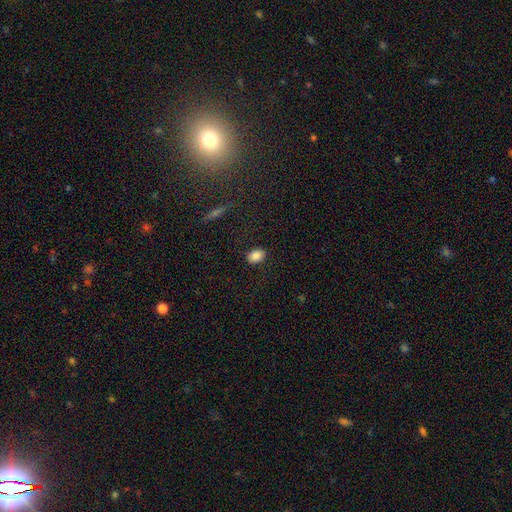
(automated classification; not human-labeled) A smooth galaxy with no disk features (86%) that is in between round and cigar-shaped (79%). Merging: none (87%).